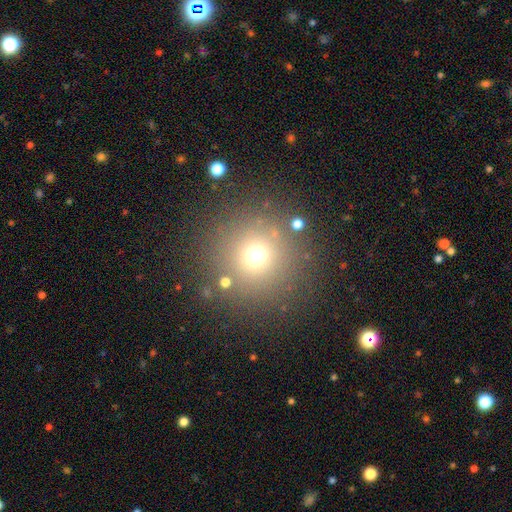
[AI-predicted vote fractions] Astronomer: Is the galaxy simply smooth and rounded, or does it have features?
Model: smooth — 68%.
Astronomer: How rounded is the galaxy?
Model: round — 95%.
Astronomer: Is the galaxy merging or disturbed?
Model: none — 85%.